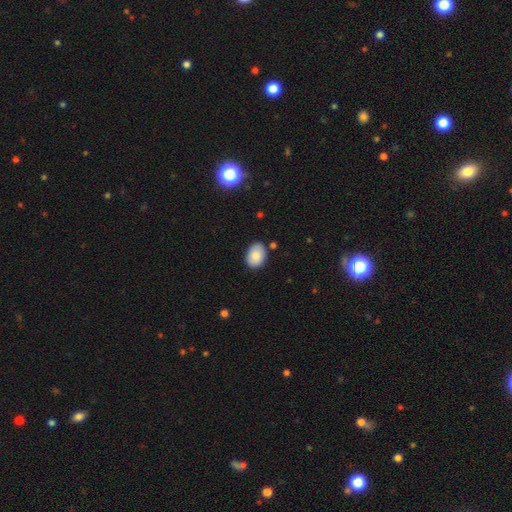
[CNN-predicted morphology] Smooth or featured: smooth — 83% (featured or disk — 10%)
How rounded: in between — 81% (round — 18%)
Merging: none — 83% (minor disturbance — 12%)